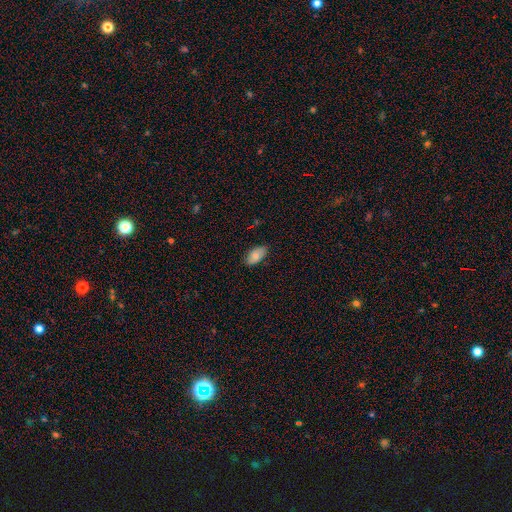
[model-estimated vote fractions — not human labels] smooth 78%, featured or disk 15%, star or artifact 7%. Down the decision tree: how rounded — in between (94%); merging — none (84%).